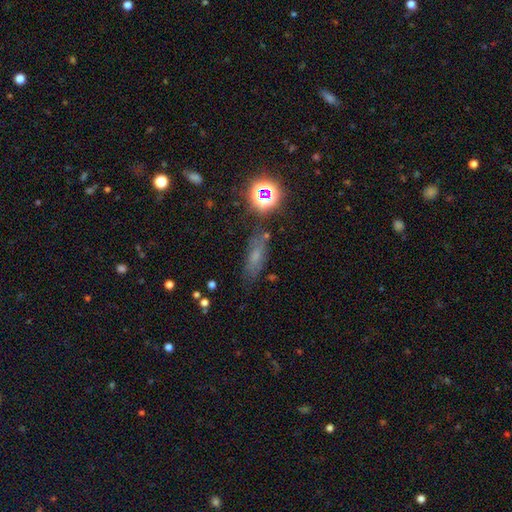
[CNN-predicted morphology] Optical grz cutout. It shows a smooth galaxy with no disk features (53%) that is in between round and cigar-shaped (60%). Merging: none (72%).